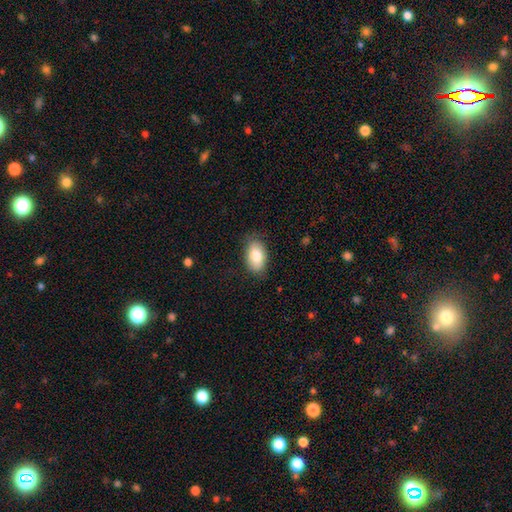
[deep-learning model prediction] Smooth or featured? Predicted: smooth (p=0.82). How rounded? Predicted: in between (p=0.92). Merging? Predicted: none (p=0.80).